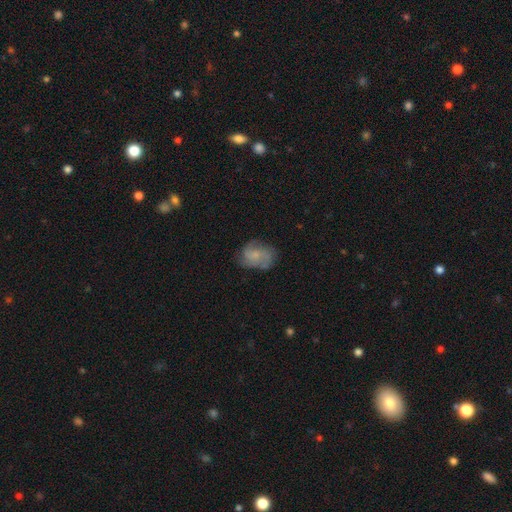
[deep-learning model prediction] featured or disk 55%, smooth 37%, star or artifact 8%. Down the decision tree: edge-on disk — no (97%); bar — no (69%); spiral arms — yes (83%); bulge size — small (54%); merging — none (61%).